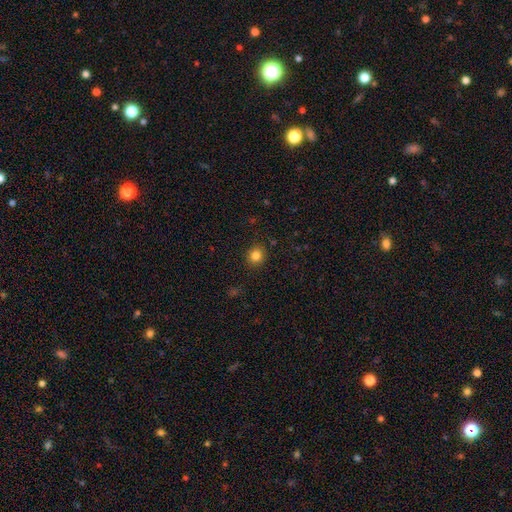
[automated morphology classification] This is clearly a smooth galaxy (82%). How rounded: clearly round (86%). Merging: clearly none (90%).